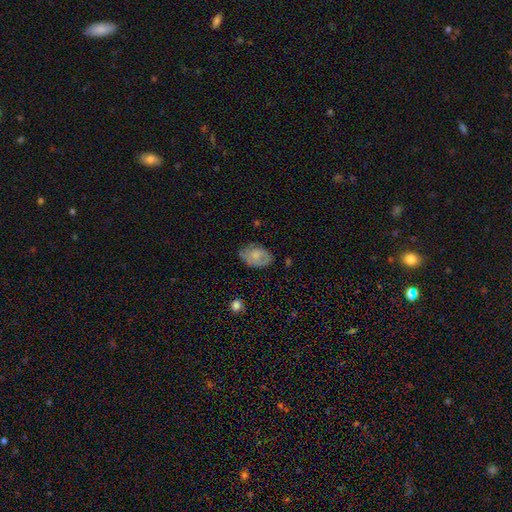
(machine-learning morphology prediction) This appears to be a smooth galaxy with no disk features (55%) that is in between round and cigar-shaped (82%). Merging: none (63%).